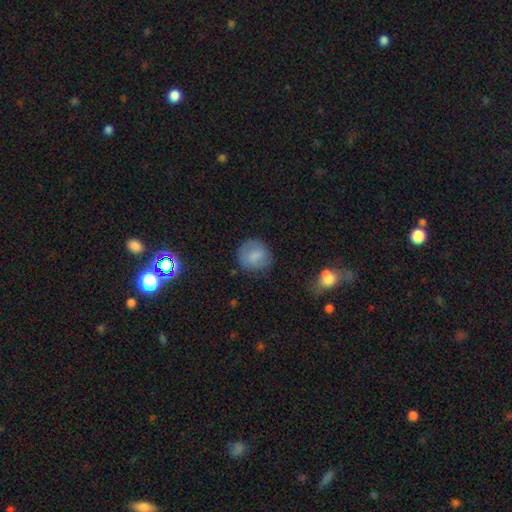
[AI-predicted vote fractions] smooth_or_featured: smooth (p=0.75) [alt: featured or disk p=0.16]
how_rounded: round (p=0.85) [alt: in between p=0.14]
merging: none (p=0.74) [alt: minor disturbance p=0.18]